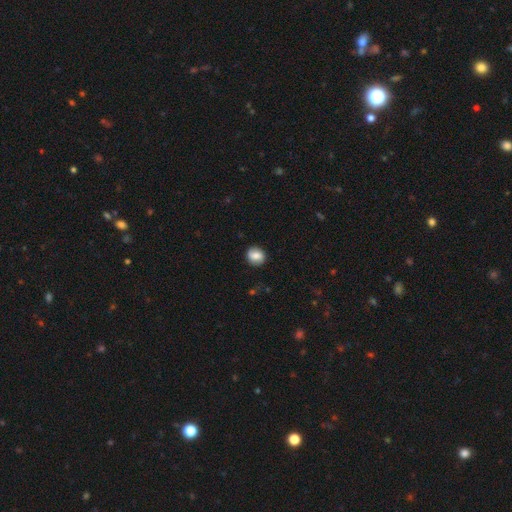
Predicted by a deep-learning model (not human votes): Q: Smooth or featured?
A: smooth (72%); runner-up: featured or disk (19%)
Q: How rounded?
A: round (73%); runner-up: in between (26%)
Q: Merging?
A: none (84%); runner-up: minor disturbance (11%)